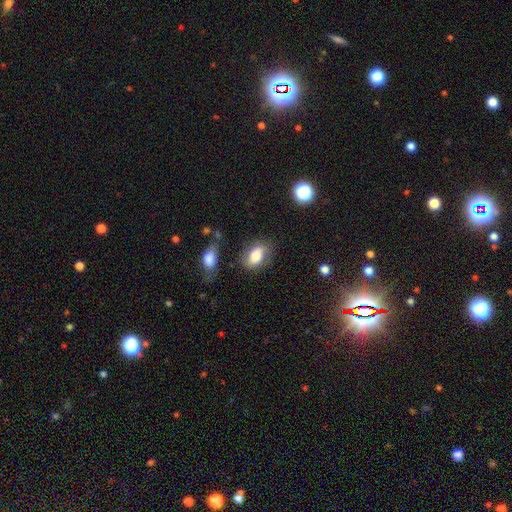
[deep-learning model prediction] Smooth or featured? Predicted: smooth (p=0.64). How rounded? Predicted: in between (p=0.82). Merging? Predicted: none (p=0.70).